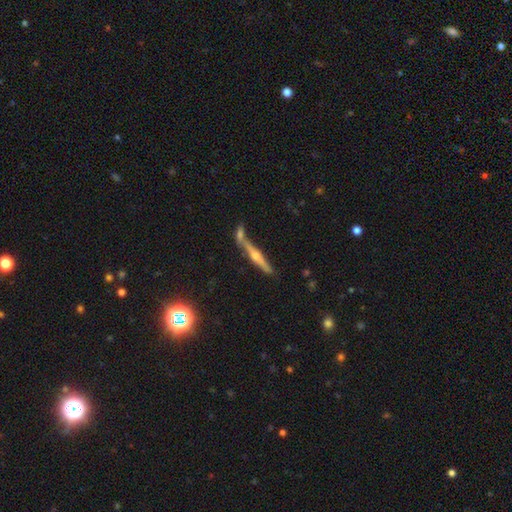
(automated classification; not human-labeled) Smooth or featured? featured or disk (69%)
Edge-on disk? yes (95%)
Edge-on bulge? rounded (83%)
Merging? none (60%)